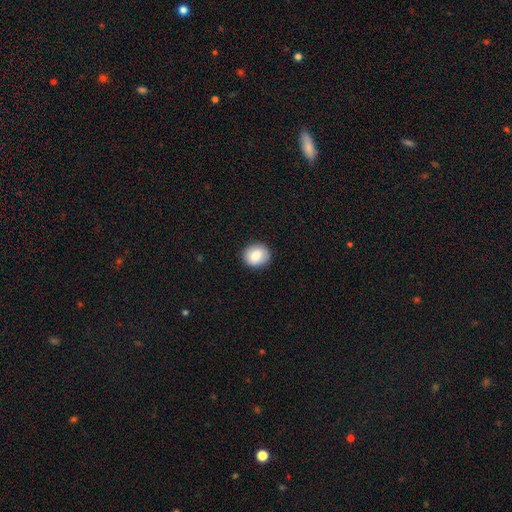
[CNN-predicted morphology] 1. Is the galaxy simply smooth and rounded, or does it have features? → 85% smooth, 8% featured or disk, 8% star or artifact.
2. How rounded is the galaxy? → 75% round, 24% in between, 1% cigar-shaped.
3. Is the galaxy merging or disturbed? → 88% none, 9% minor disturbance, 2% major disturbance, 1% merger.